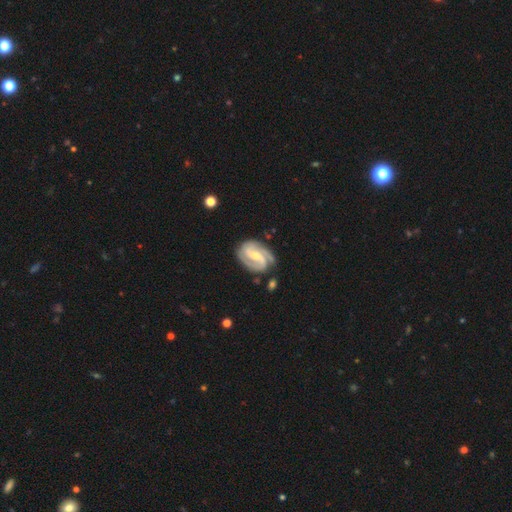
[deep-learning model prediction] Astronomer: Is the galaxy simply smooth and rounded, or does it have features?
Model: featured or disk — 89%.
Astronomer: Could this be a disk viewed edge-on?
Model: no — 97%.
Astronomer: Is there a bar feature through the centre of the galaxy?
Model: weak — 47% (runner-up: strong, 28%).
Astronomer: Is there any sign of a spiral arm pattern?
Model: yes — 98%.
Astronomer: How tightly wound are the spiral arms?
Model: medium — 45% (runner-up: tight, 44%).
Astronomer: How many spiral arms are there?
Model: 2 — 56%.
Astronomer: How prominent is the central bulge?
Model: small — 54% (runner-up: moderate, 42%).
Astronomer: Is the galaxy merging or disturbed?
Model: none — 74%.